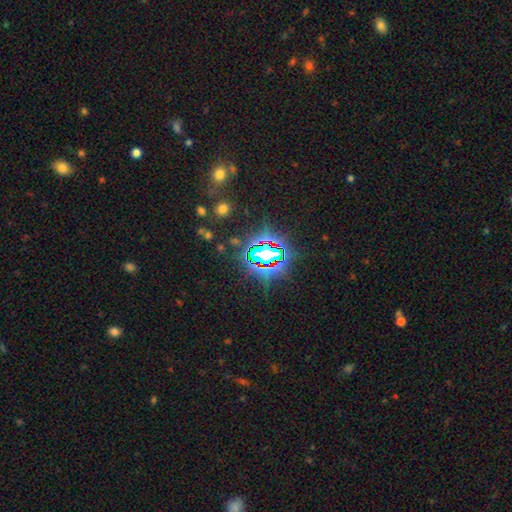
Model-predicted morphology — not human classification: Smooth or featured: star or artifact — 81% (smooth — 11%)